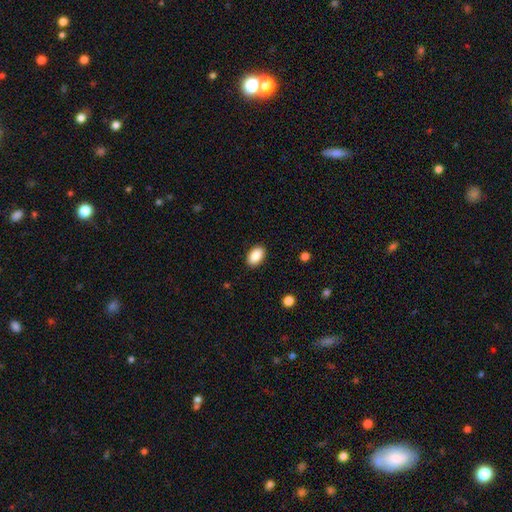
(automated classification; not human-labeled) smooth_or_featured: smooth (p=0.89) [alt: star or artifact p=0.07]
how_rounded: in between (p=0.91) [alt: round p=0.07]
merging: none (p=0.89) [alt: minor disturbance p=0.08]